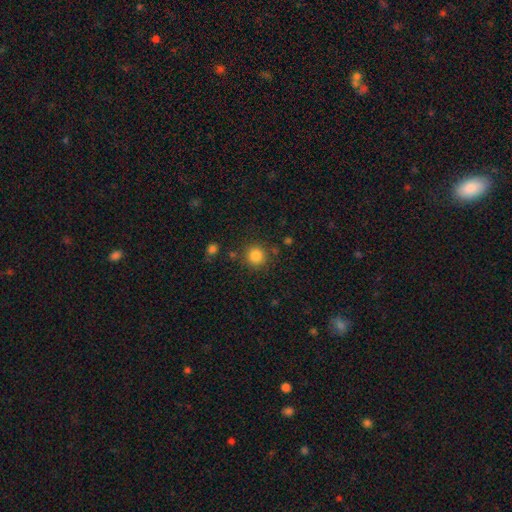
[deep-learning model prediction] Overall: smooth (84%). How rounded: round (93%). Merging: none (84%).